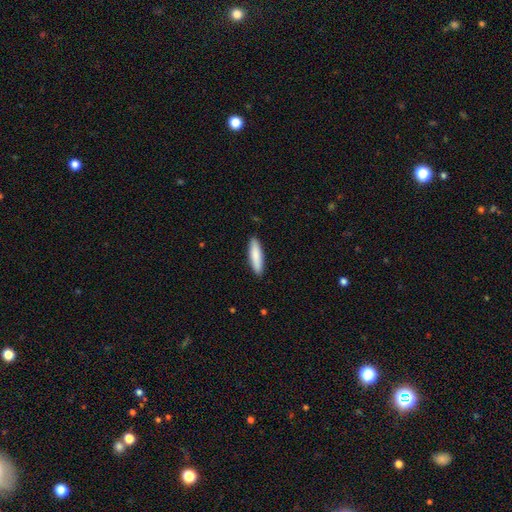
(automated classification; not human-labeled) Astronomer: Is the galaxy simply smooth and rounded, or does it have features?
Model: smooth — 85%.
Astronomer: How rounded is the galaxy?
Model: cigar-shaped — 71%.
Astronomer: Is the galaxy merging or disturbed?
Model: none — 90%.